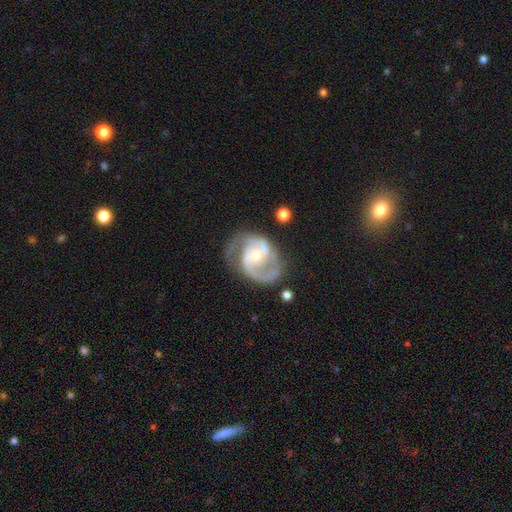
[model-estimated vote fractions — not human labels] featured or disk 89%, smooth 7%, star or artifact 4%. Down the decision tree: edge-on disk — no (98%); bar — no (49%); spiral arms — yes (96%); spiral arm count — 2 (86%); spiral winding — medium (56%); bulge size — moderate (49%); merging — none (65%).